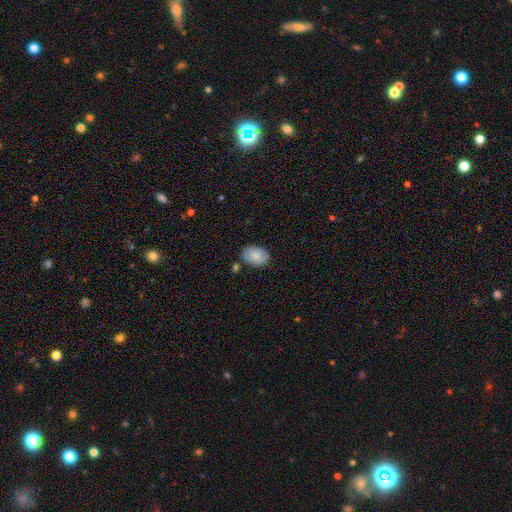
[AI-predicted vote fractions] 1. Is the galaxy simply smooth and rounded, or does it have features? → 86% smooth, 8% featured or disk, 7% star or artifact.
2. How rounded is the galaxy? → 81% in between, 18% round, 1% cigar-shaped.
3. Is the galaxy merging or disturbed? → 79% none, 14% minor disturbance, 4% merger, 3% major disturbance.